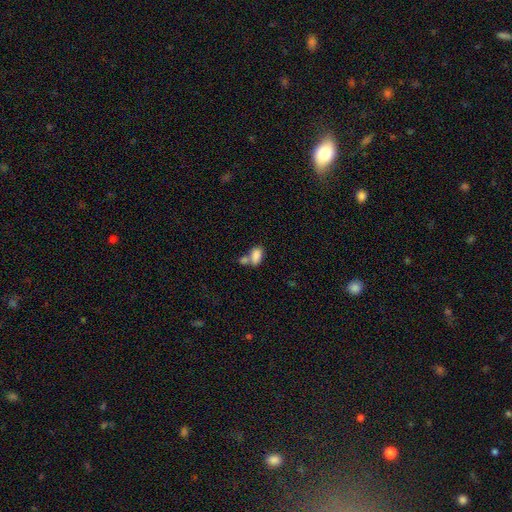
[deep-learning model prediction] The model was most divided on "merging": merger: 51%, none: 34%, minor disturbance: 11%, major disturbance: 5%. More confident: how rounded — in between (90%); smooth or featured — smooth (83%).